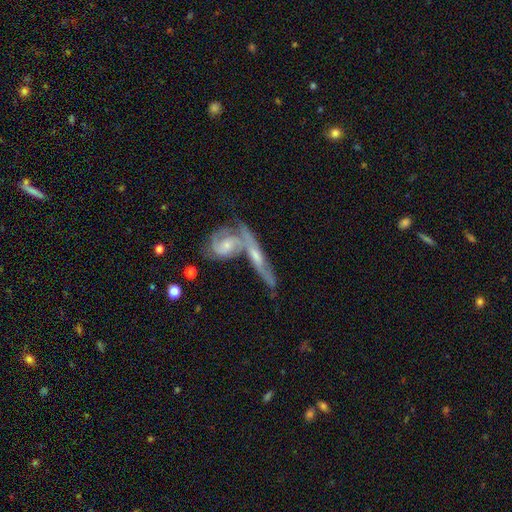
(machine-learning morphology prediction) featured or disk 66%, smooth 22%, star or artifact 12%. Down the decision tree: edge-on disk — yes (59%); merging — merger (50%).